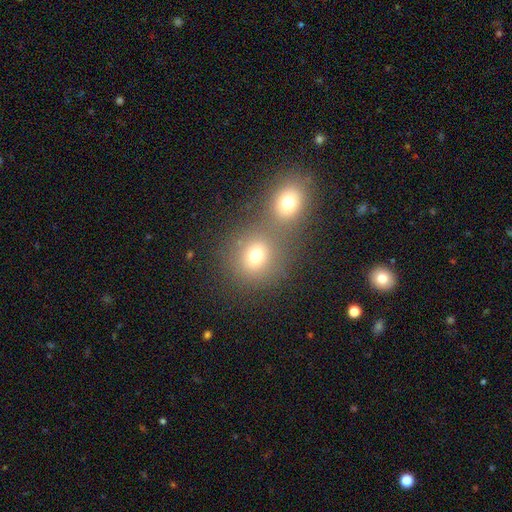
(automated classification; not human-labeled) This is likely a smooth galaxy (73%). How rounded: likely round (78%). Merging: possibly none (48%).